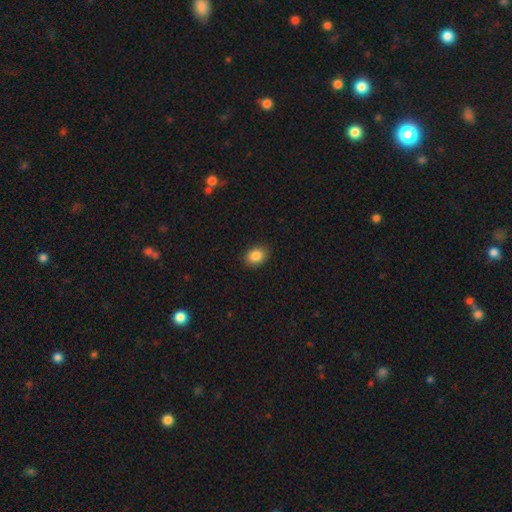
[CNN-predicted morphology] Smooth or featured? Predicted: smooth (p=0.86). How rounded? Predicted: in between (p=0.64). Merging? Predicted: none (p=0.89).